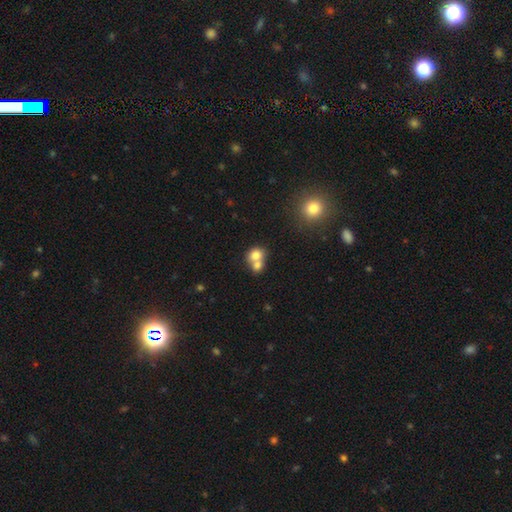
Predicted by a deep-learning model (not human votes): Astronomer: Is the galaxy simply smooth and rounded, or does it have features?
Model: smooth — 74%.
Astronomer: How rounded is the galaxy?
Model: round — 68%.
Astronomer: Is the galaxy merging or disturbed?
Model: merger — 64%.